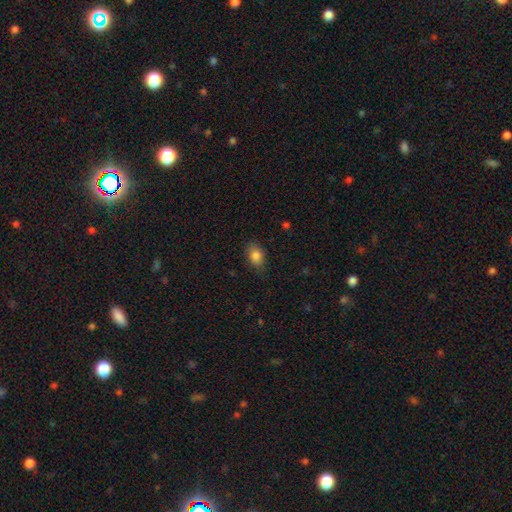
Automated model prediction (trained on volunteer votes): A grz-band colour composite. It shows a smooth galaxy with no disk features (84%) that is in between round and cigar-shaped (83%). Merging: none (81%).